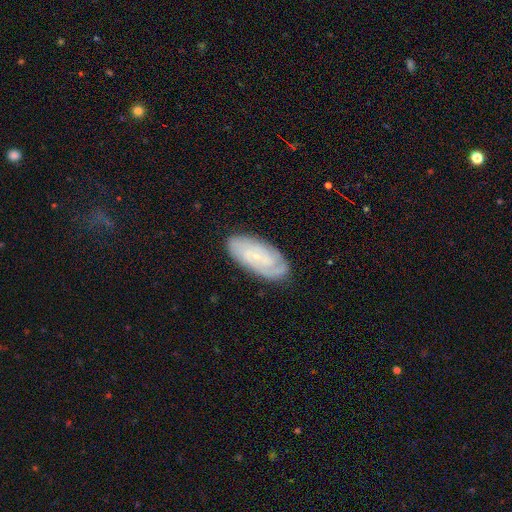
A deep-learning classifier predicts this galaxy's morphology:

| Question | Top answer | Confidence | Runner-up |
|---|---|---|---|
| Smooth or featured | featured or disk | 68% | smooth (24%) |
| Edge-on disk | no | 93% | yes (7%) |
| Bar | no | 71% | weak (24%) |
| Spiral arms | yes | 92% | no (8%) |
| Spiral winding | tight | 71% | medium (23%) |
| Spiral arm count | can't tell | 40% | 2 (29%) |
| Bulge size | small | 79% | moderate (12%) |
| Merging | none | 82% | minor disturbance (14%) |